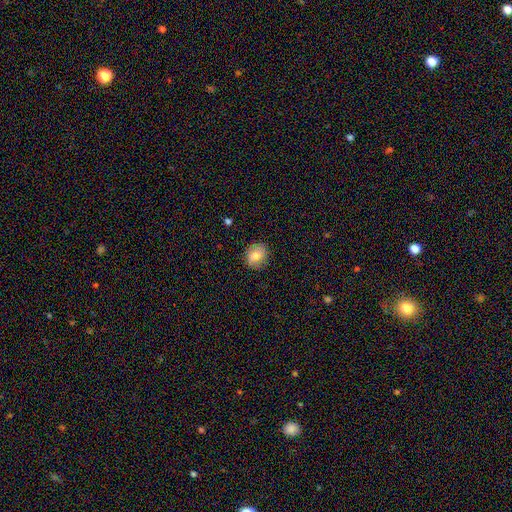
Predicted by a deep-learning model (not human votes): A smooth galaxy with no disk features (75%) that is round (70%).

Vote fractions:
- Smooth or featured? smooth: 75% / featured or disk: 16% / star or artifact: 9%
- How rounded? round: 70% / in between: 29% / cigar-shaped: 1%
- Merging? none: 85% / minor disturbance: 11% / major disturbance: 3% / merger: 1%